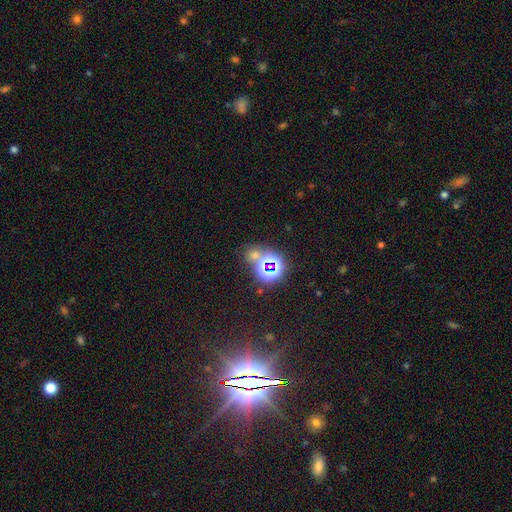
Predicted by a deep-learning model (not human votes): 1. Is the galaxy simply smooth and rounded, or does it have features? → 61% star or artifact, 30% smooth, 9% featured or disk.